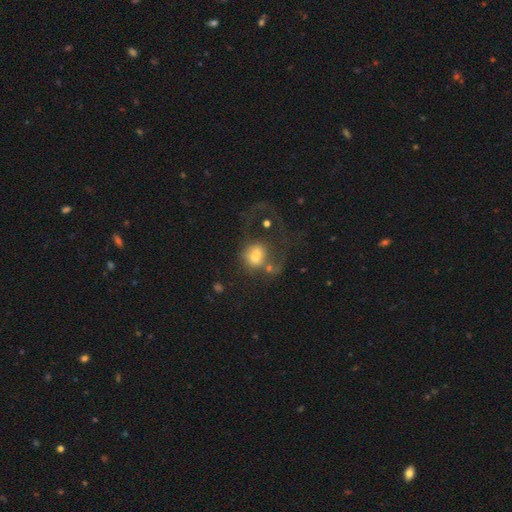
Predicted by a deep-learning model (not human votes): Smooth or featured: smooth — 56% (featured or disk — 32%)
How rounded: round — 60% (in between — 38%)
Merging: major disturbance — 45% (merger — 23%)